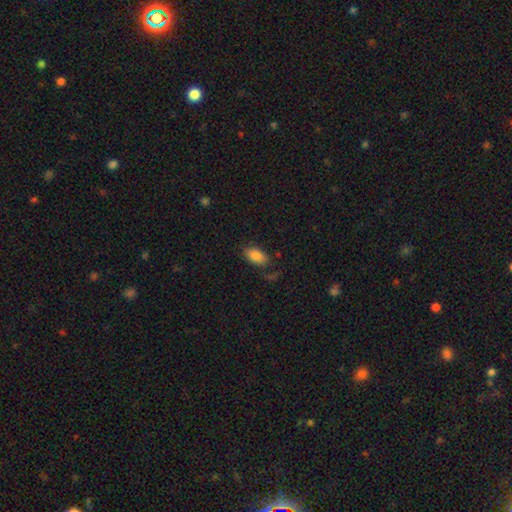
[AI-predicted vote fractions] This is clearly a smooth galaxy (85%). How rounded: clearly in between (94%). Merging: likely none (70%).